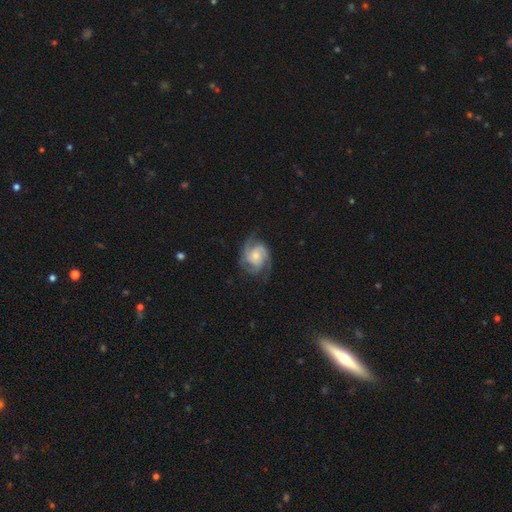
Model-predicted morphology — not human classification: featured or disk 84%, smooth 10%, star or artifact 5%. Down the decision tree: edge-on disk — no (98%); bar — no (66%); spiral arms — yes (97%); spiral arm count — 3 (43%); spiral winding — medium (47%); bulge size — moderate (44%); merging — none (72%).